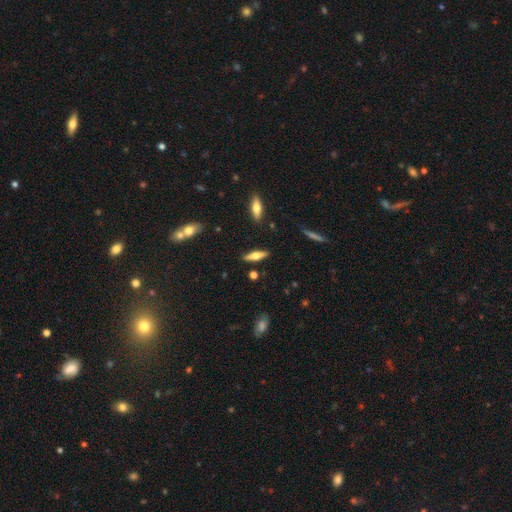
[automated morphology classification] type=smooth (47%); merging=none (87%).